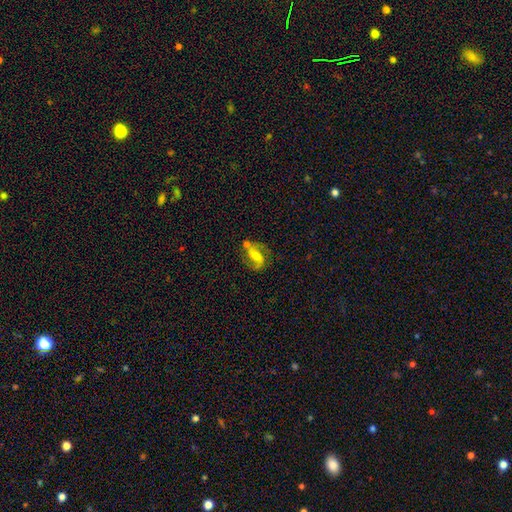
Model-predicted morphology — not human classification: Smooth or featured: featured or disk — 77% (smooth — 15%)
Edge-on disk: no — 96% (yes — 4%)
Bar: weak — 41% (strong — 33%)
Spiral arms: yes — 94% (no — 6%)
Spiral winding: medium — 48% (loose — 38%)
Spiral arm count: 2 — 89% (1 — 5%)
Bulge size: moderate — 48% (small — 39%)
Merging: none — 60% (minor disturbance — 17%)